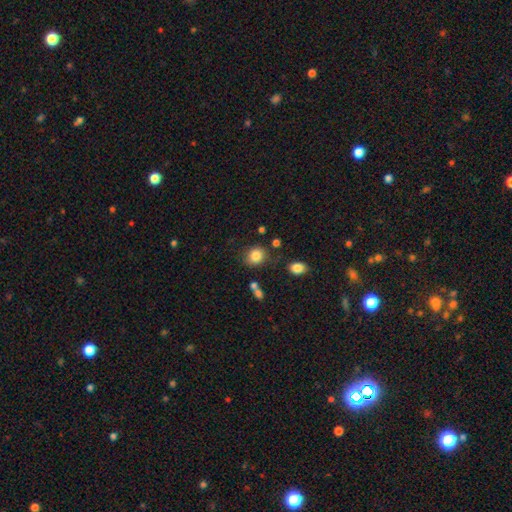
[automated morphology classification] The model was most divided on "how rounded": round: 75%, in between: 24%, cigar-shaped: 1%. More confident: smooth or featured — smooth (84%); merging — none (75%).